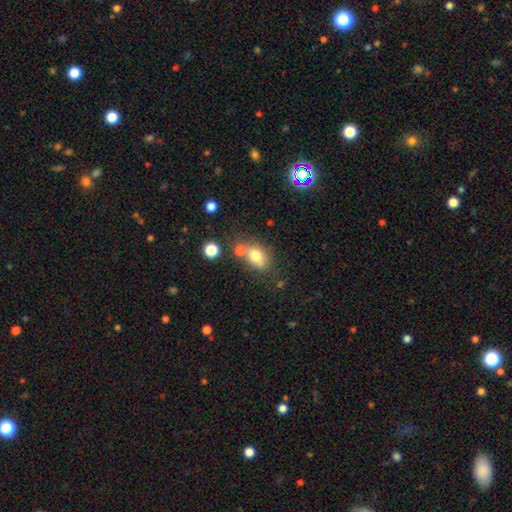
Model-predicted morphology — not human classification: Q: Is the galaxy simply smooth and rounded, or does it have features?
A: smooth — 74%.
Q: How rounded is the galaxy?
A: in between — 57%.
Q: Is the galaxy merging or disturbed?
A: none — 51%.